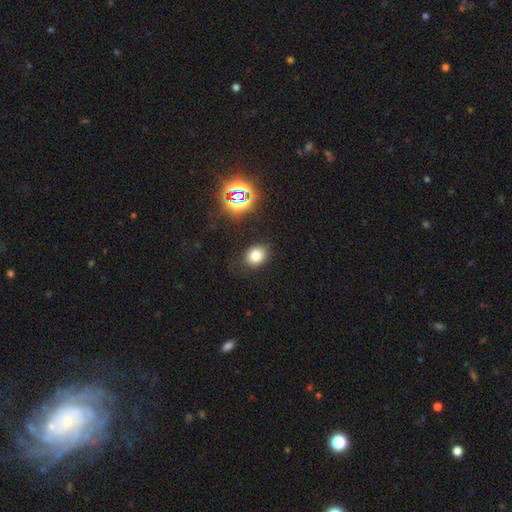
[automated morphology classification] smooth_or_featured: smooth (p=0.75) [alt: star or artifact p=0.17]
how_rounded: in between (p=0.57) [alt: round p=0.42]
merging: none (p=0.82) [alt: minor disturbance p=0.12]